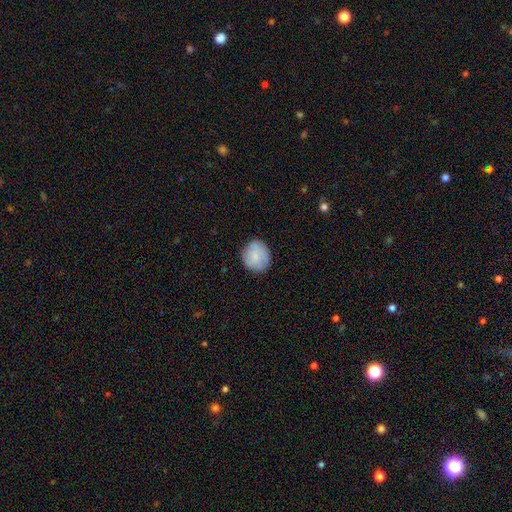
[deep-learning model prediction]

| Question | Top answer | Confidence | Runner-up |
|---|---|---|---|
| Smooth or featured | smooth | 79% | featured or disk (14%) |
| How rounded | round | 79% | in between (20%) |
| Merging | none | 81% | minor disturbance (14%) |